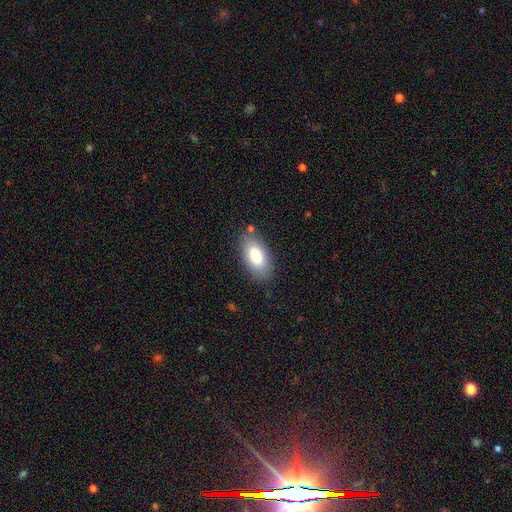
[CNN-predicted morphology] Smooth or featured: smooth — 82% (featured or disk — 11%)
How rounded: in between — 93% (cigar-shaped — 4%)
Merging: none — 81% (minor disturbance — 13%)